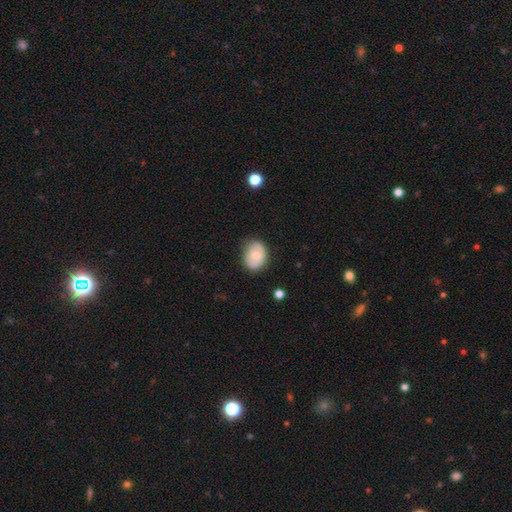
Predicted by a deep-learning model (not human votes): Smooth or featured: smooth — 62% (featured or disk — 30%)
How rounded: in between — 62% (round — 37%)
Merging: none — 74% (minor disturbance — 20%)